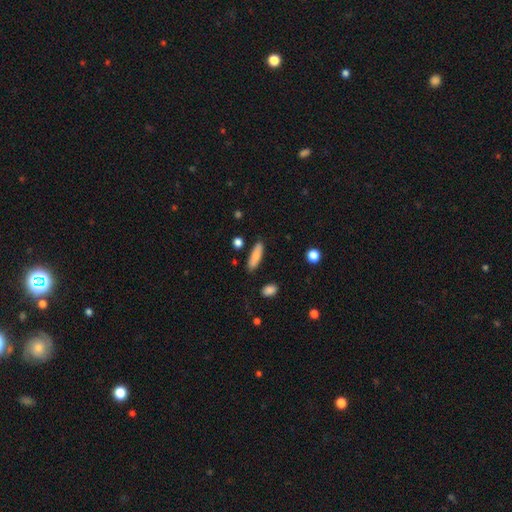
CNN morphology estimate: Smooth or featured: smooth — 83% (featured or disk — 11%)
How rounded: cigar-shaped — 64% (in between — 33%)
Merging: none — 86% (minor disturbance — 9%)